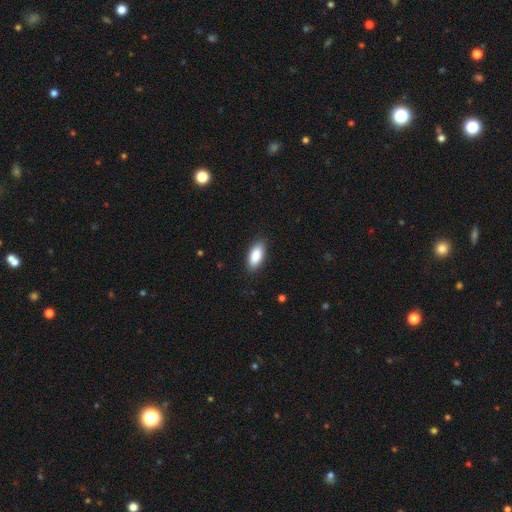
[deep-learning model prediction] Smooth or featured? smooth (88%)
How rounded? in between (89%)
Merging? none (87%)